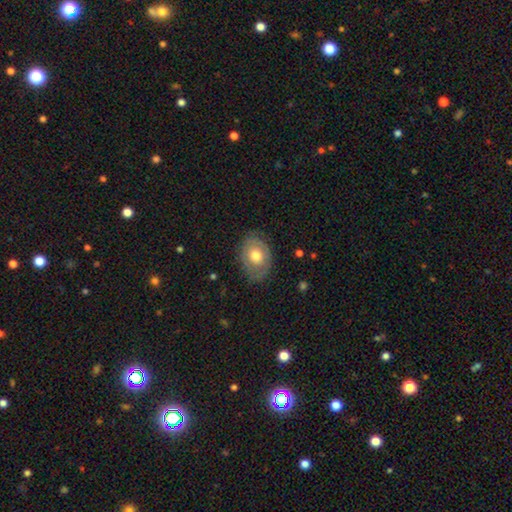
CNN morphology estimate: Smooth or featured? Predicted: smooth (p=0.56). How rounded? Predicted: in between (p=0.76). Merging? Predicted: none (p=0.75).